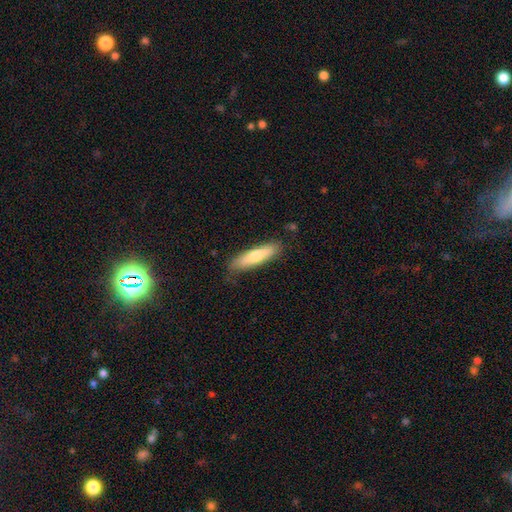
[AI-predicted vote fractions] Overall: smooth (69%). How rounded: cigar-shaped (76%). Merging: none (82%).